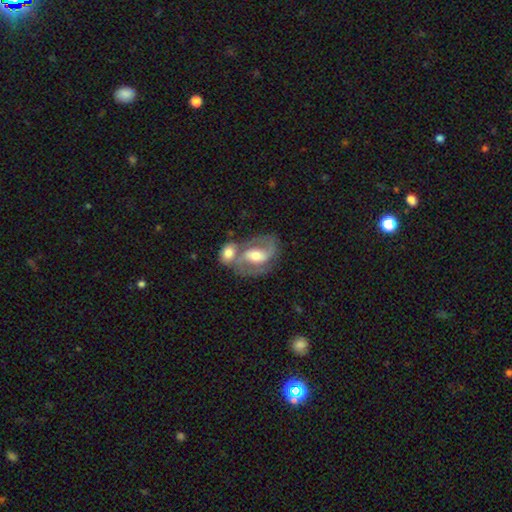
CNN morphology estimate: A featured or disk galaxy (76%) with a weak bar (43%), 2 (86%) medium (56%) spiral arms (88%) and a moderate central bulge (66%).

Vote fractions:
- Smooth or featured? featured or disk: 76% / smooth: 18% / star or artifact: 6%
- Edge-on disk? no: 96% / yes: 4%
- Bar? weak: 43% / strong: 34% / no: 23%
- Spiral arms? yes: 88% / no: 12%
- Spiral winding? medium: 56% / tight: 22% / loose: 22%
- Spiral arm count? 2: 86% / can't tell: 6% / 1: 4% / 3: 2% / 4: 1% / more than 4: 1%
- Bulge size? moderate: 66% / small: 19% / large: 12% / none: 2% / dominant: 1%
- Merging? merger: 43% / none: 37% / minor disturbance: 12% / major disturbance: 7%